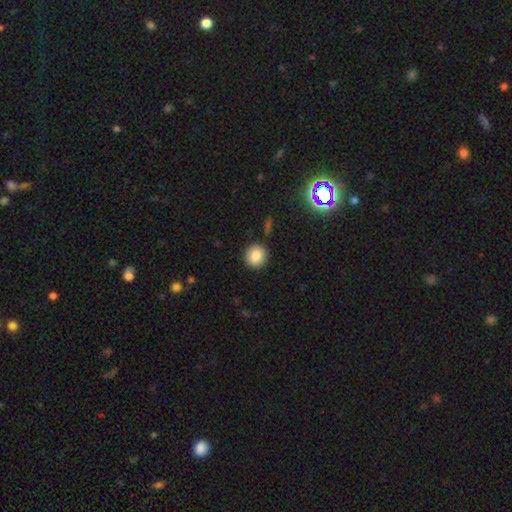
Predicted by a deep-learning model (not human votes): Smooth or featured? Predicted: smooth (p=0.84). How rounded? Predicted: round (p=0.91). Merging? Predicted: none (p=0.90).